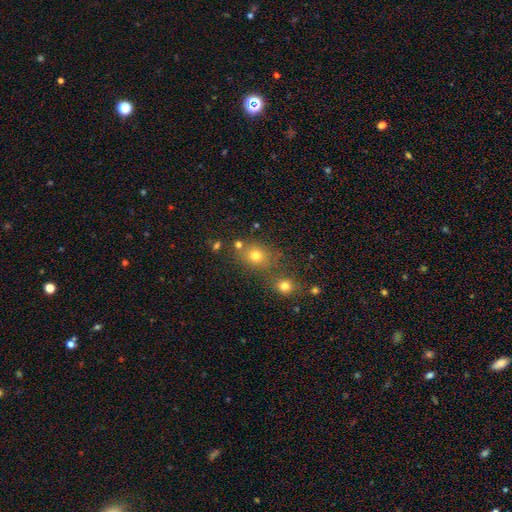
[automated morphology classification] Smooth or featured? smooth (72%)
How rounded? round (60%)
Merging? none (62%)